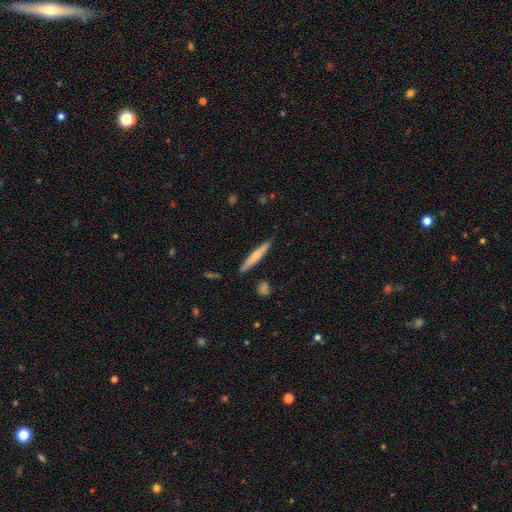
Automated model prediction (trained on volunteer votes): Overall: smooth (53%; featured or disk 41%). How rounded: cigar-shaped (93%). Merging: none (86%).